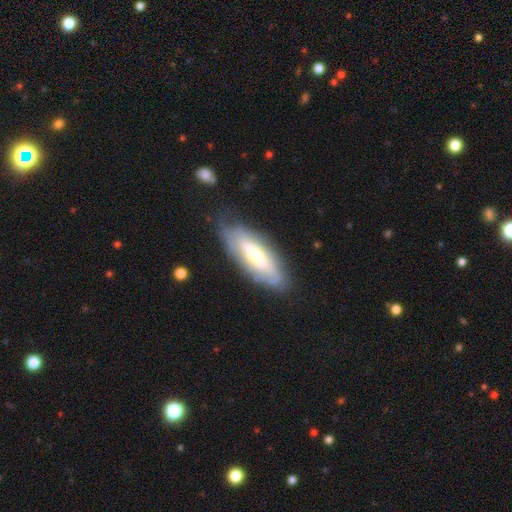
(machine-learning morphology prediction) Smooth or featured?
  - featured or disk: 59% *
  - smooth: 35%
  - star or artifact: 6%
Edge-on disk?
  - no: 77% *
  - yes: 23%
Merging?
  - none: 71% *
  - minor disturbance: 21%
  - major disturbance: 6%
  - merger: 2%